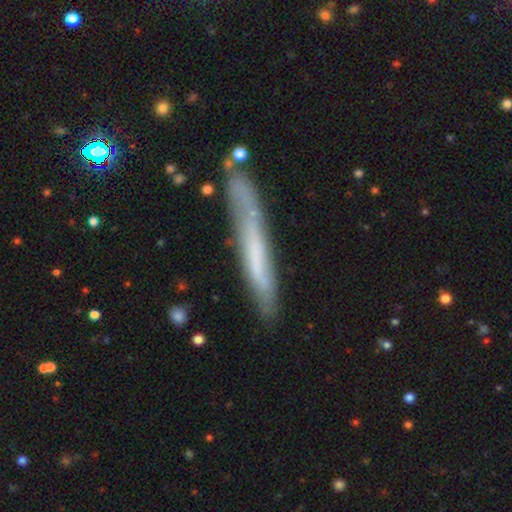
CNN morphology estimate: Smooth or featured: featured or disk — 49% (smooth — 44%)
Merging: none — 70% (minor disturbance — 20%)